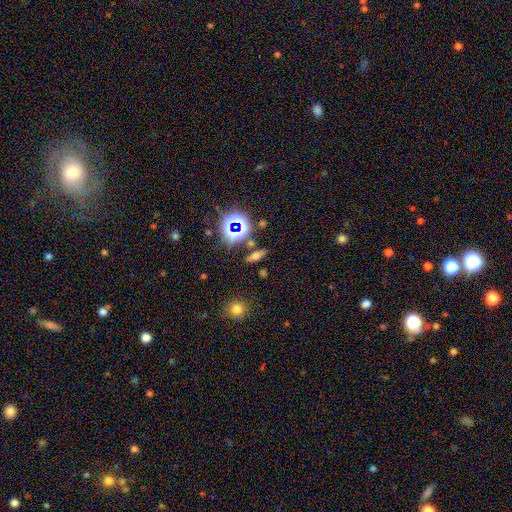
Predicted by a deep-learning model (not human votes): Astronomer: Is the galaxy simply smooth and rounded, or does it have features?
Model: smooth — 53%.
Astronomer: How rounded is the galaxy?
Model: in between — 45% (runner-up: cigar-shaped, 41%).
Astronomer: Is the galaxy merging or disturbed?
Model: none — 81%.